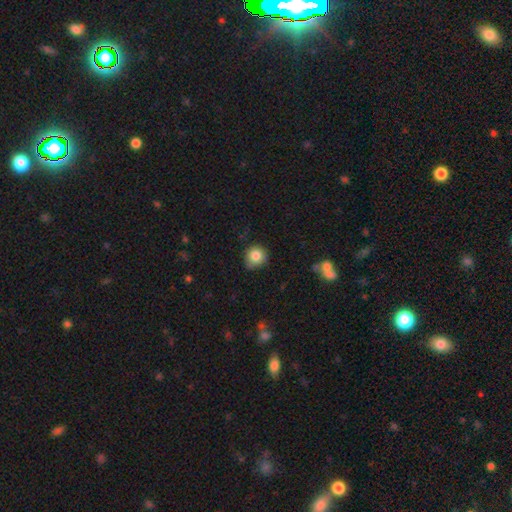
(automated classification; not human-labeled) A smooth galaxy with no disk features (83%) that is round (90%). Merging: none (75%).